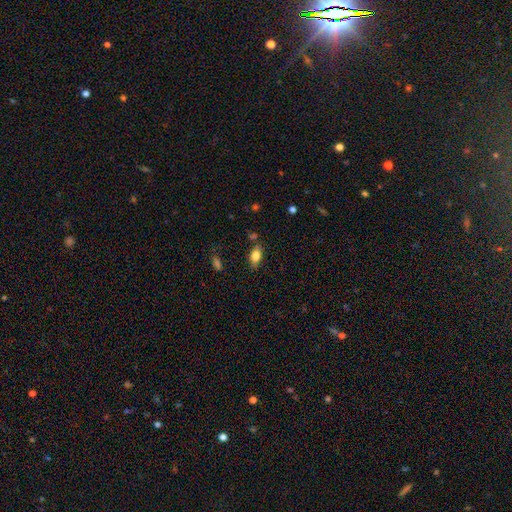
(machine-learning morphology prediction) Smooth or featured?
  - smooth: 79% *
  - featured or disk: 12%
  - star or artifact: 8%
How rounded?
  - in between: 87% *
  - cigar-shaped: 7%
  - round: 6%
Merging?
  - none: 78% *
  - minor disturbance: 14%
  - merger: 4%
  - major disturbance: 3%